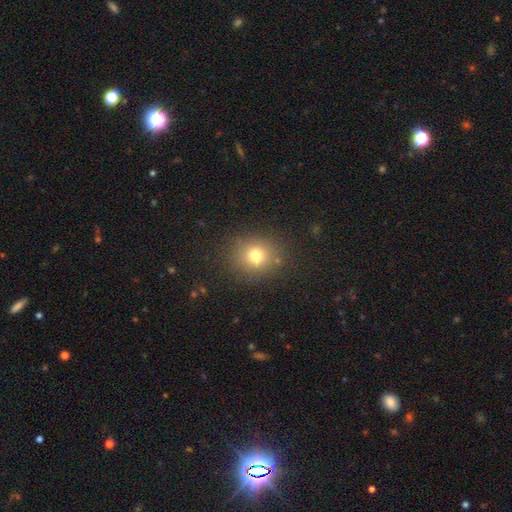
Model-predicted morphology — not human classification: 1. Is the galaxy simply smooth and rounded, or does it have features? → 73% smooth, 16% star or artifact, 11% featured or disk.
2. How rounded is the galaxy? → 80% round, 19% in between, 1% cigar-shaped.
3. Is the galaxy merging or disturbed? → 82% none, 11% minor disturbance, 4% major disturbance, 3% merger.